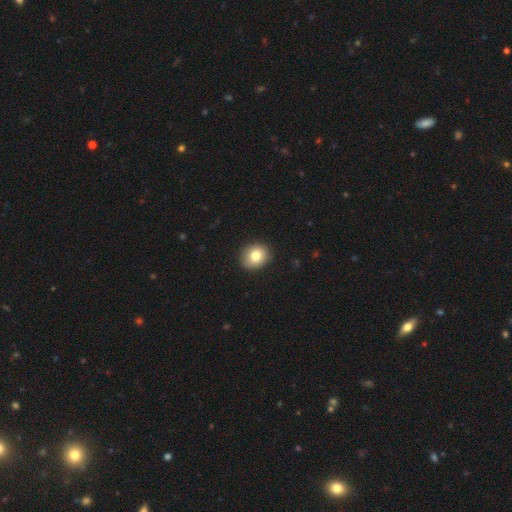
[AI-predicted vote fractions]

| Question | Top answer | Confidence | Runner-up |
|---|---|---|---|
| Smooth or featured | smooth | 81% | featured or disk (10%) |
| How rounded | round | 72% | in between (28%) |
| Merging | none | 88% | minor disturbance (9%) |